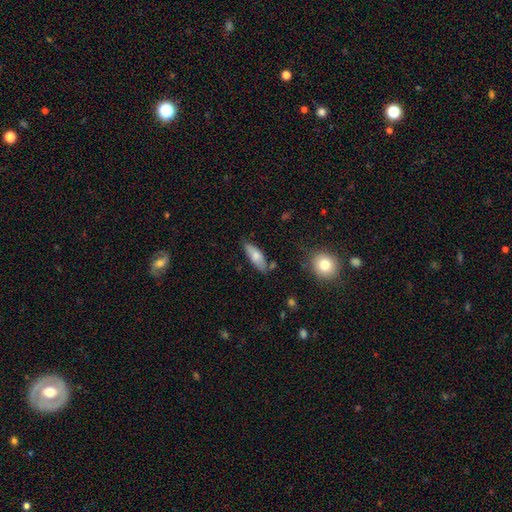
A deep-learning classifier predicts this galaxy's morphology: A smooth galaxy with no disk features (74%) that is in between round and cigar-shaped (66%).

Vote fractions:
- Smooth or featured? smooth: 74% / featured or disk: 19% / star or artifact: 7%
- How rounded? in between: 66% / cigar-shaped: 31% / round: 2%
- Merging? none: 73% / minor disturbance: 19% / merger: 5% / major disturbance: 4%